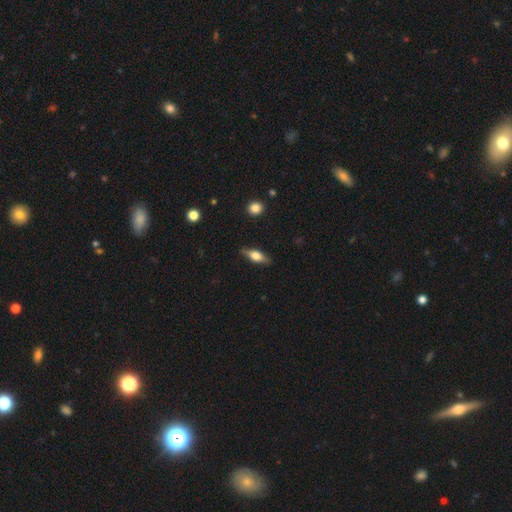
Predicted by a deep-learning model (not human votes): The model was most divided on "smooth or featured": smooth: 60%, featured or disk: 33%, star or artifact: 7%. More confident: merging — none (84%); how rounded — in between (66%).